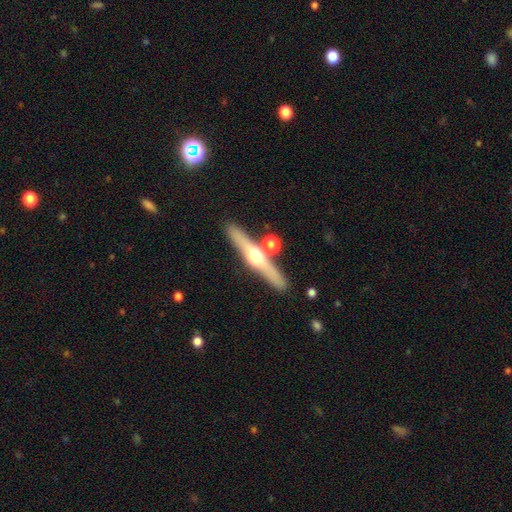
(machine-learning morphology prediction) smooth-or-featured: featured or disk: 67% | smooth: 27% | star or artifact: 6%
  disk-edge-on: yes: 95% | no: 5%
    edge-on-bulge: rounded: 94% | boxy: 3% | none: 3%
  merging: none: 78% | merger: 11% | minor disturbance: 9% | major disturbance: 3%